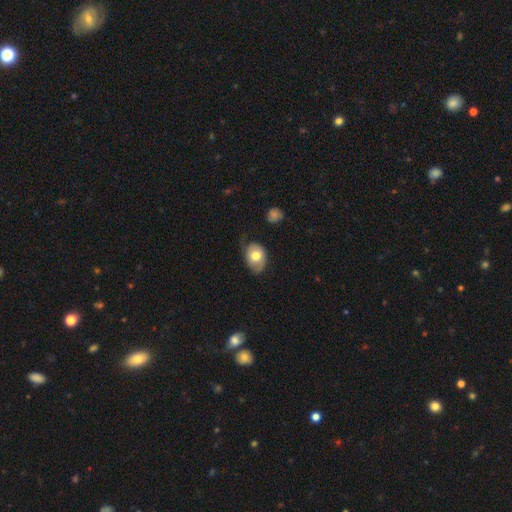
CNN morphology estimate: This appears to be a smooth galaxy with no disk features (69%) that is in between round and cigar-shaped (74%). Merging: none (52%).